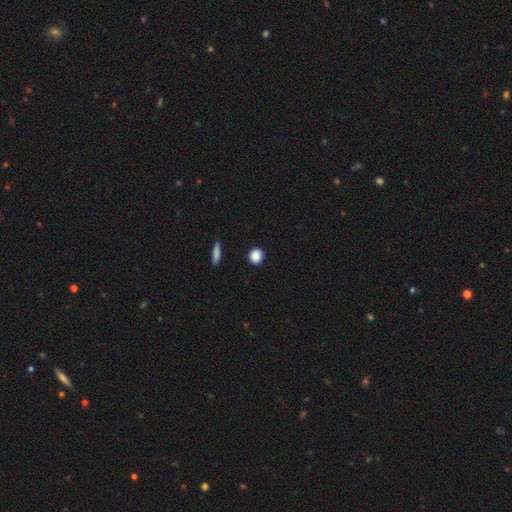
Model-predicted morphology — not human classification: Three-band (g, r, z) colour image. It shows a smooth galaxy with no disk features (88%) that is round (86%). Merging: none (90%).